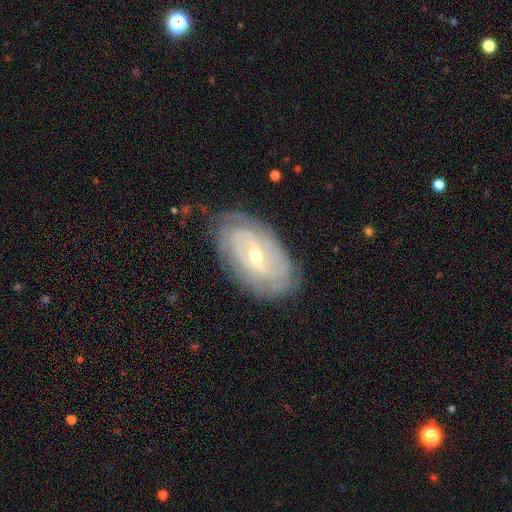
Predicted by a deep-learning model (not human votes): This is clearly a featured or disk galaxy (84%). It is clearly not viewed edge-on (94%). Bar: possibly weak (47%). Spiral arm pattern: clearly yes (90%). Spiral arm count: marginally can't tell (39%). Spiral winding: likely tight (67%). Central bulge: possibly small (53%). Merging: likely none (74%).